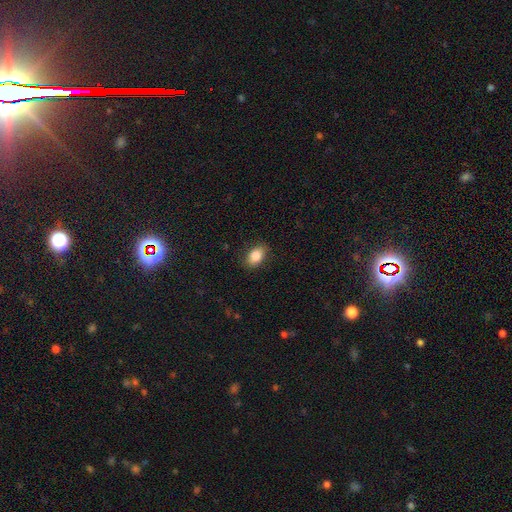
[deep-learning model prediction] Smooth or featured: smooth — 84% (star or artifact — 8%)
How rounded: in between — 83% (round — 16%)
Merging: none — 86% (minor disturbance — 11%)